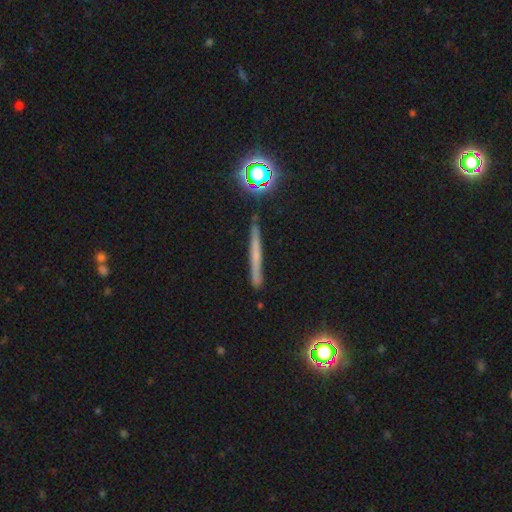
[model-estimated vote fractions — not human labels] Overall: featured or disk (43%; smooth 41%). Merging: none (89%).